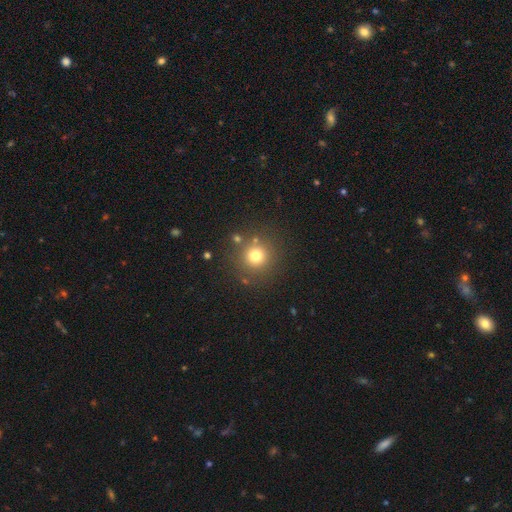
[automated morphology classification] Smooth or featured? Predicted: smooth (p=0.75). How rounded? Predicted: round (p=0.94). Merging? Predicted: none (p=0.83).